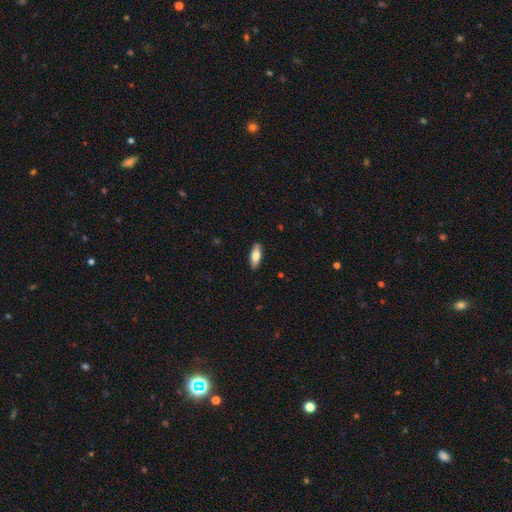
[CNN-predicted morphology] Overall: smooth (75%). How rounded: in between (73%). Merging: none (88%).